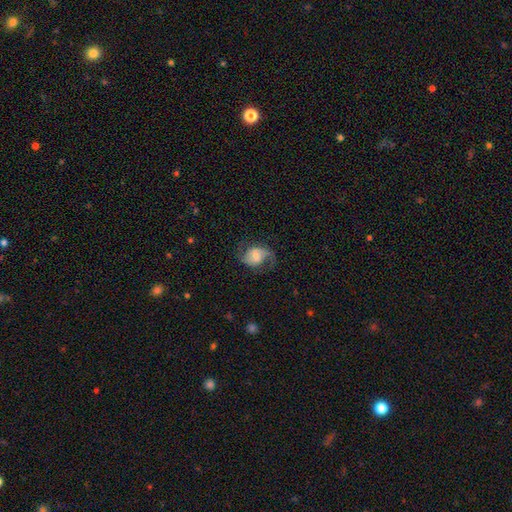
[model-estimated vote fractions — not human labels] This appears to be a featured or disk galaxy (69%) with a weak bar (48%), 2 (86%) loose (46%) spiral arms (92%) and a moderate central bulge (39%). Merging: none (66%).